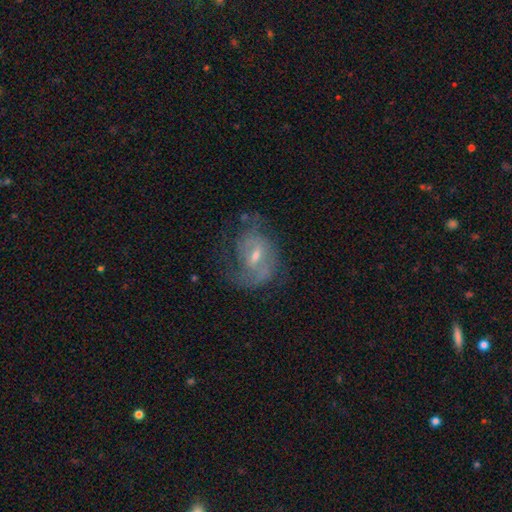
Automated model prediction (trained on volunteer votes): Morphology: type=featured or disk (72%); edge-on=no (96%); bar=weak (53%); spiral arms=yes (81%); winding=medium (43%); arm count=2 (42%); bulge=small (47%); merging=none (49%).